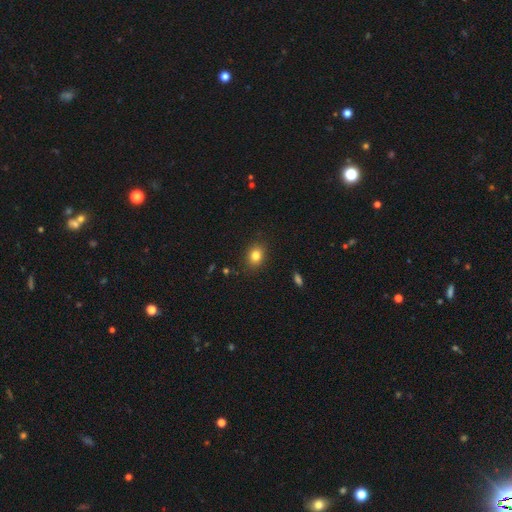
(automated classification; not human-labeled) A smooth galaxy with no disk features (82%) that is round (52%).

Vote fractions:
- Smooth or featured? smooth: 82% / star or artifact: 11% / featured or disk: 7%
- How rounded? round: 52% / in between: 47% / cigar-shaped: 1%
- Merging? none: 88% / minor disturbance: 9% / major disturbance: 2% / merger: 1%